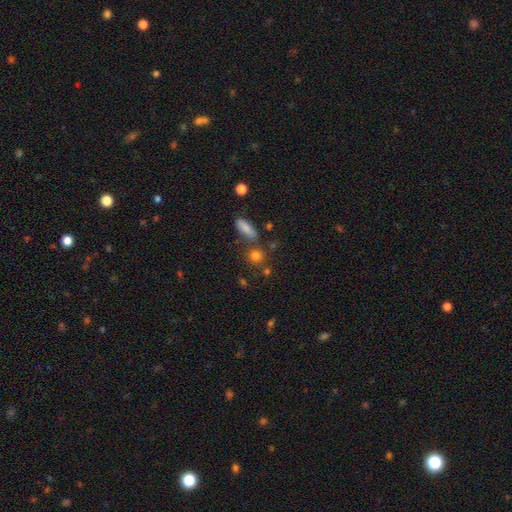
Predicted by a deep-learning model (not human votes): Morphology: type=smooth (79%); roundness=round (80%); merging=none (72%).